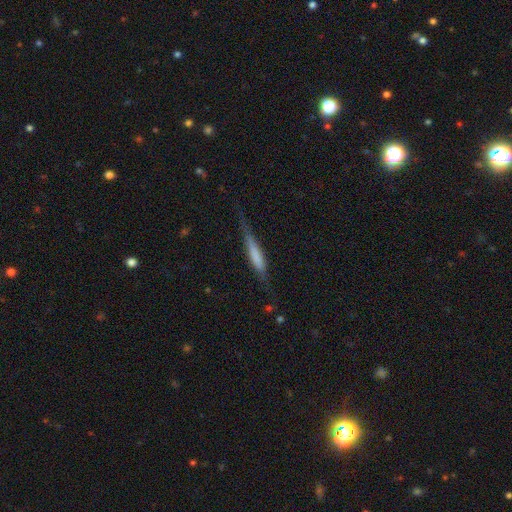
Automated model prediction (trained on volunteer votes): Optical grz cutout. It shows a smooth galaxy with no disk features (50%). Merging: none (64%).